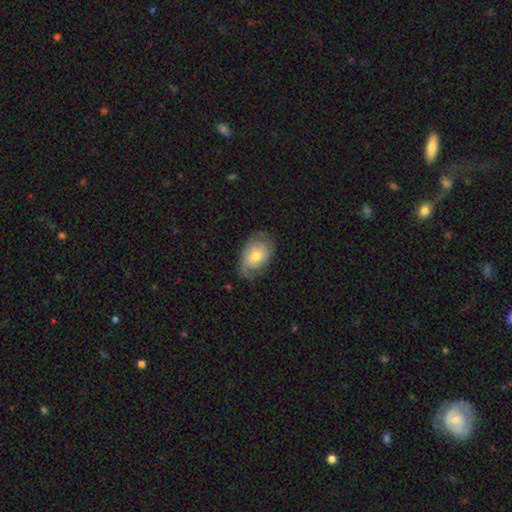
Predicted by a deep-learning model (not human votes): The model was most divided on "smooth or featured": smooth: 54%, featured or disk: 39%, star or artifact: 7%. More confident: how rounded — in between (83%); merging — none (62%).